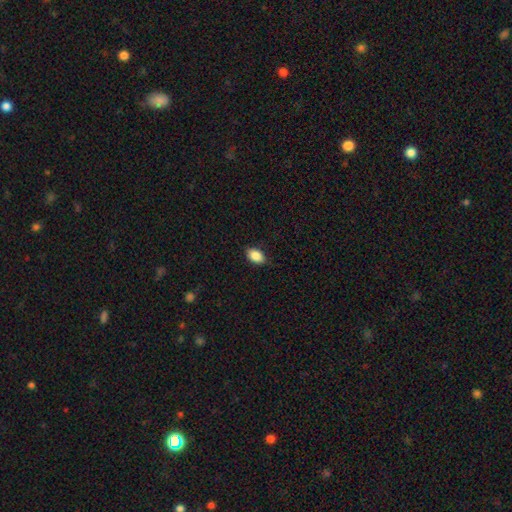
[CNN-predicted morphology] This appears to be a smooth galaxy with no disk features (88%) that is in between round and cigar-shaped (90%). Merging: none (85%).